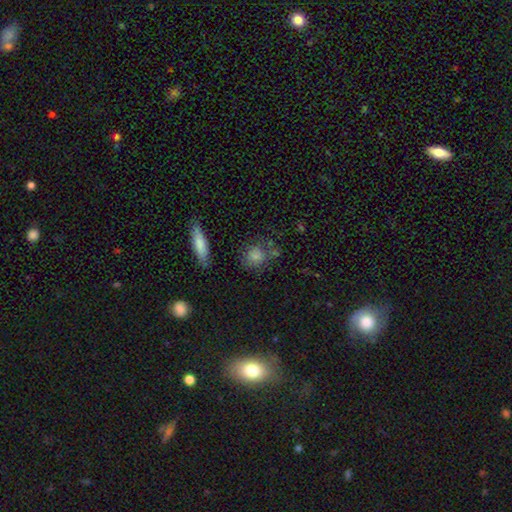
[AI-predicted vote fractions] Morphology: type=smooth (79%); roundness=round (76%); merging=none (63%).